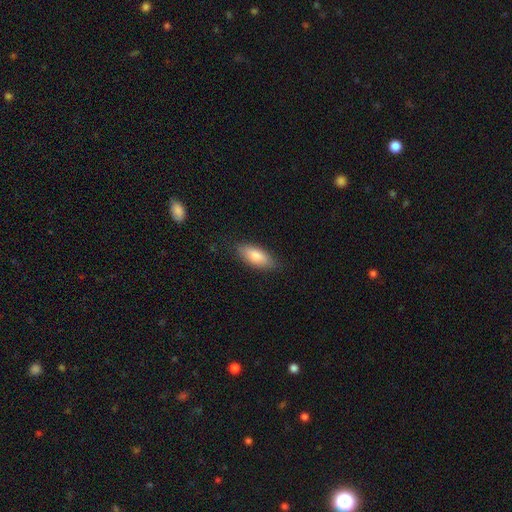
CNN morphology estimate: smooth-or-featured: smooth: 83% | featured or disk: 11% | star or artifact: 6%
  how-rounded: in between: 82% | cigar-shaped: 16% | round: 2%
  merging: none: 83% | minor disturbance: 13% | major disturbance: 3% | merger: 1%